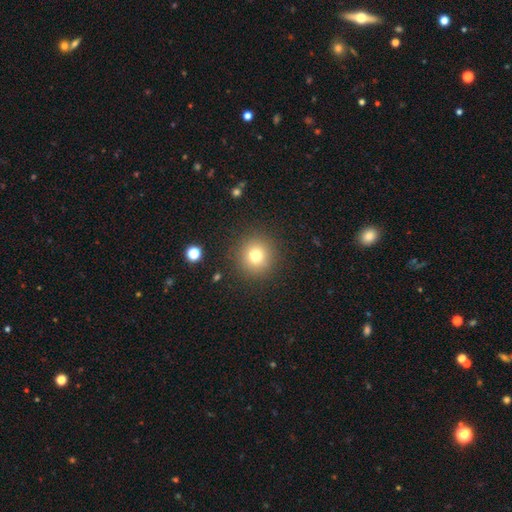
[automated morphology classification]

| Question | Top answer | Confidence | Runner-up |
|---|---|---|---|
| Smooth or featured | smooth | 77% | star or artifact (14%) |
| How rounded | round | 94% | in between (5%) |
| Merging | none | 90% | minor disturbance (6%) |